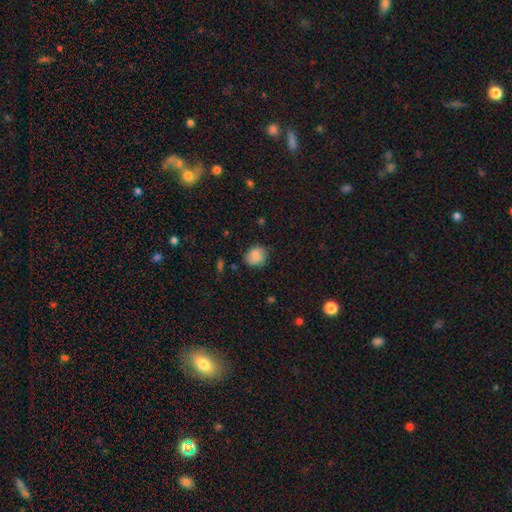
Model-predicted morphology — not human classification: type=smooth (75%); roundness=round (67%); merging=none (74%).